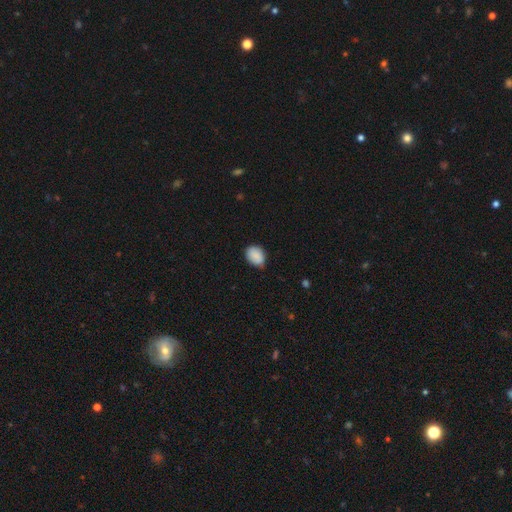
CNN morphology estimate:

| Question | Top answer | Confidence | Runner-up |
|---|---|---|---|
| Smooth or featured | smooth | 88% | star or artifact (7%) |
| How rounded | in between | 68% | round (31%) |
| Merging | none | 75% | minor disturbance (21%) |